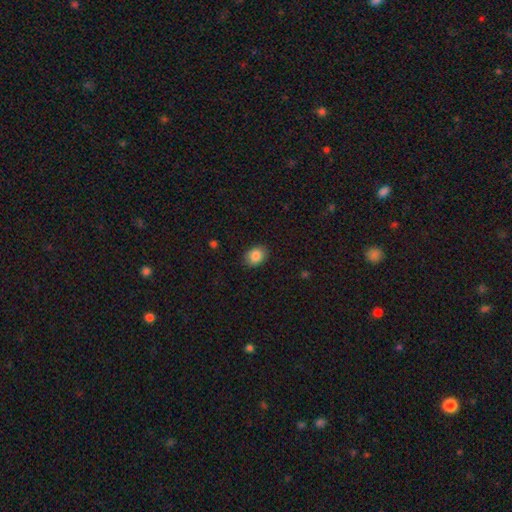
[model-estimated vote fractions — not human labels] Overall: smooth (86%). How rounded: in between (67%; round 32%). Merging: none (87%).